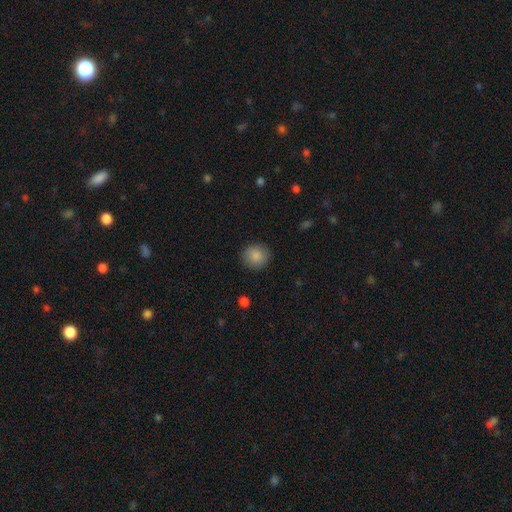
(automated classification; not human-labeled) Smooth or featured? smooth (87%)
How rounded? round (88%)
Merging? none (88%)